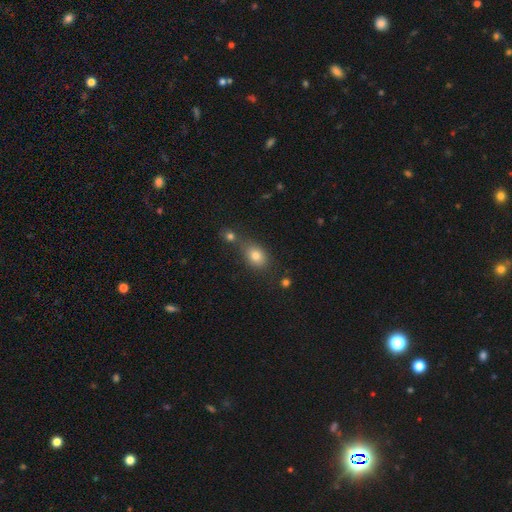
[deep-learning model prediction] Morphology: type=smooth (80%); roundness=in between (66%); merging=none (52%).